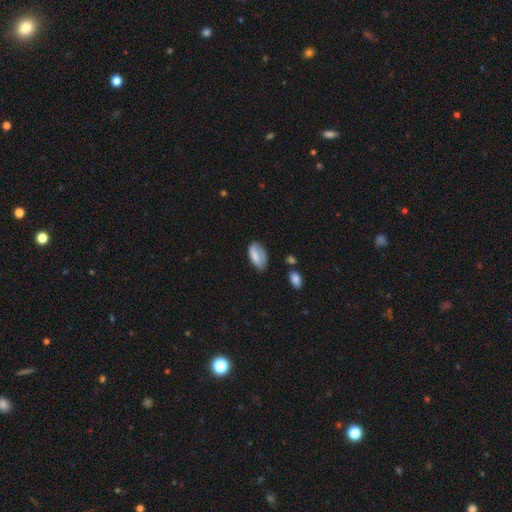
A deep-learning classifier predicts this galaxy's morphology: Smooth or featured: smooth — 75% (featured or disk — 18%)
How rounded: in between — 90% (cigar-shaped — 7%)
Merging: none — 56% (minor disturbance — 30%)